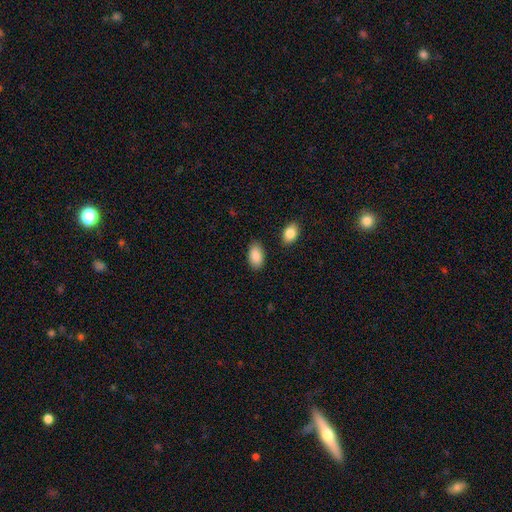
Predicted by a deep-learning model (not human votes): Morphology: type=smooth (89%); roundness=in between (94%); merging=none (84%).